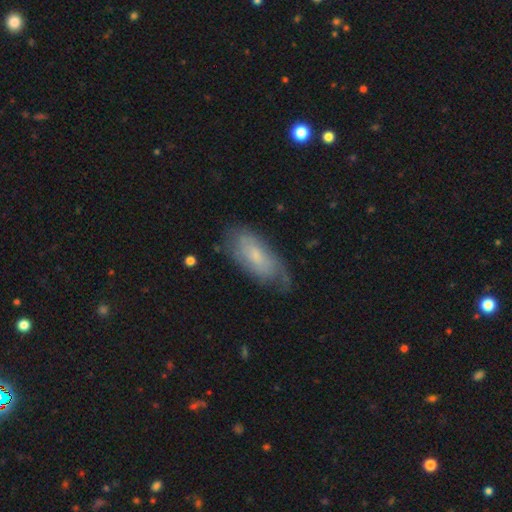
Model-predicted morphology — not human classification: featured or disk 51%, smooth 42%, star or artifact 7%. Down the decision tree: edge-on disk — no (87%); merging — none (60%).